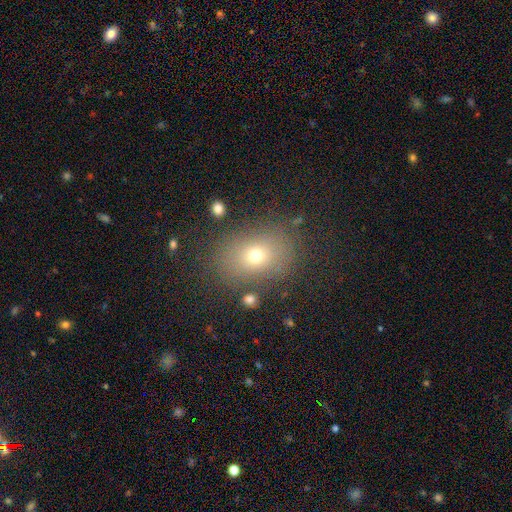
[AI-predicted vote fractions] smooth 68%, featured or disk 16%, star or artifact 16%. Down the decision tree: how rounded — in between (64%); merging — none (79%).